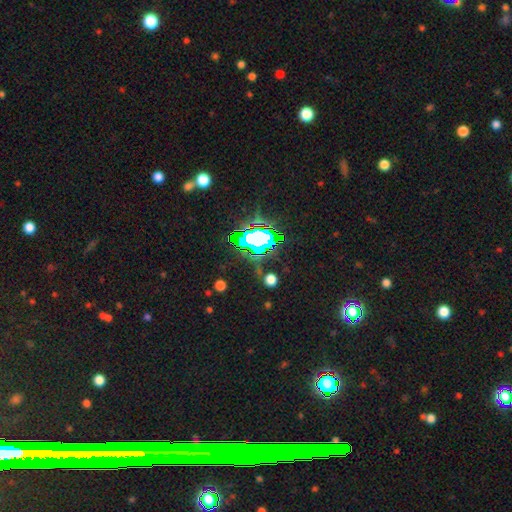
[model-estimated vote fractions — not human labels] This is clearly a star or artifact rather than a galaxy (81%).